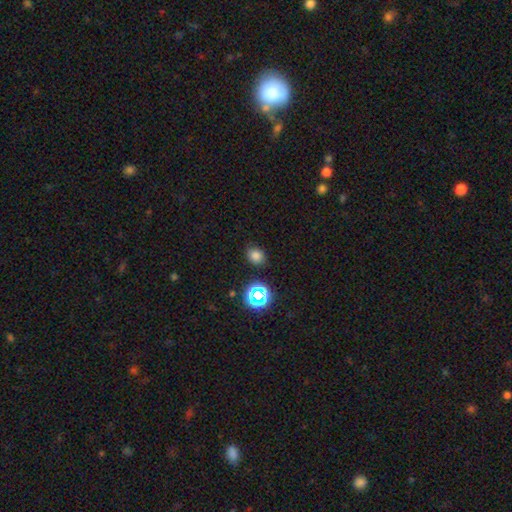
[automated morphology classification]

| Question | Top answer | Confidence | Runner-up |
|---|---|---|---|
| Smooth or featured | smooth | 75% | star or artifact (19%) |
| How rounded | round | 62% | in between (37%) |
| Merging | none | 84% | minor disturbance (11%) |